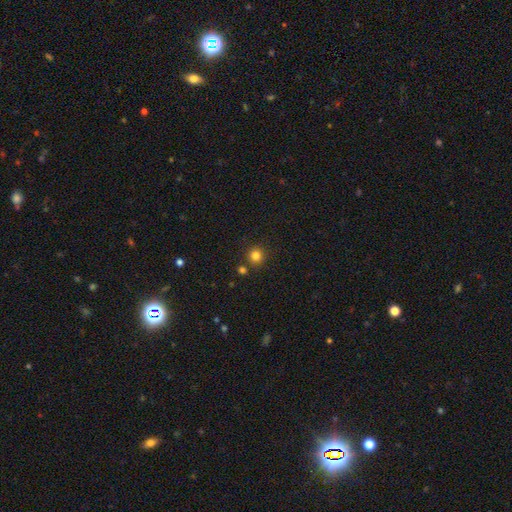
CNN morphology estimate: Smooth or featured?
  - smooth: 82% *
  - star or artifact: 14%
  - featured or disk: 5%
How rounded?
  - round: 94% *
  - in between: 5%
  - cigar-shaped: 1%
Merging?
  - none: 86% *
  - minor disturbance: 6%
  - merger: 6%
  - major disturbance: 2%